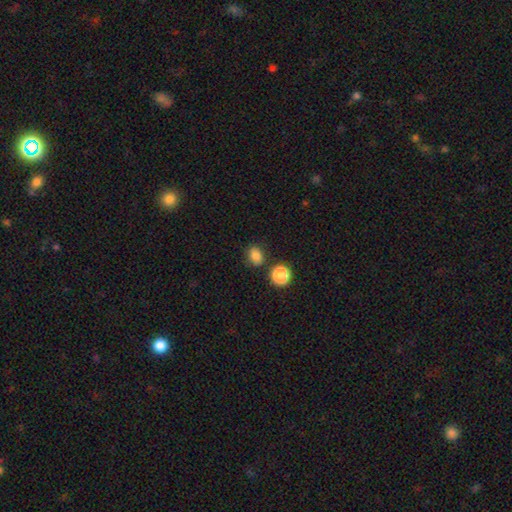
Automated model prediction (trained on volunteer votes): Q: Smooth or featured?
A: smooth (82%); runner-up: star or artifact (13%)
Q: How rounded?
A: in between (53%); runner-up: round (45%)
Q: Merging?
A: none (77%); runner-up: minor disturbance (13%)